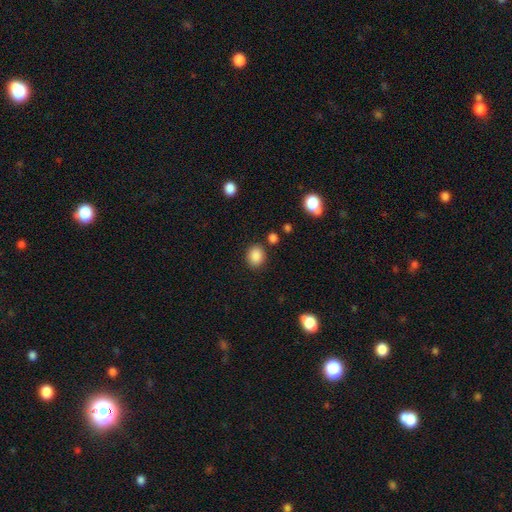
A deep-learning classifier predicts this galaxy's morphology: Smooth or featured?
  - smooth: 87% *
  - star or artifact: 9%
  - featured or disk: 4%
How rounded?
  - round: 63% *
  - in between: 36%
  - cigar-shaped: 1%
Merging?
  - none: 84% *
  - minor disturbance: 9%
  - merger: 3%
  - major disturbance: 3%